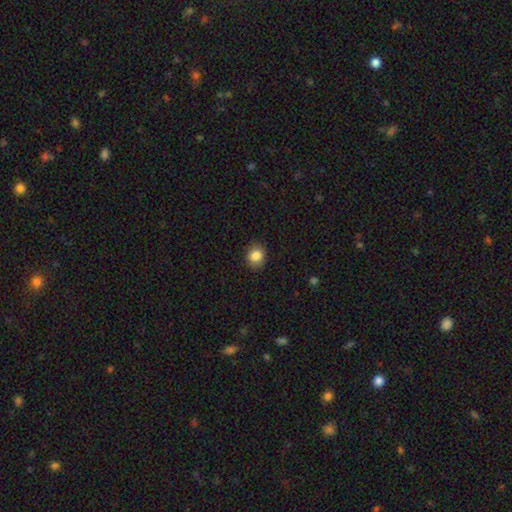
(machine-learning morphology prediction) This appears to be a smooth galaxy with no disk features (86%) that is round (65%). Merging: none (86%).